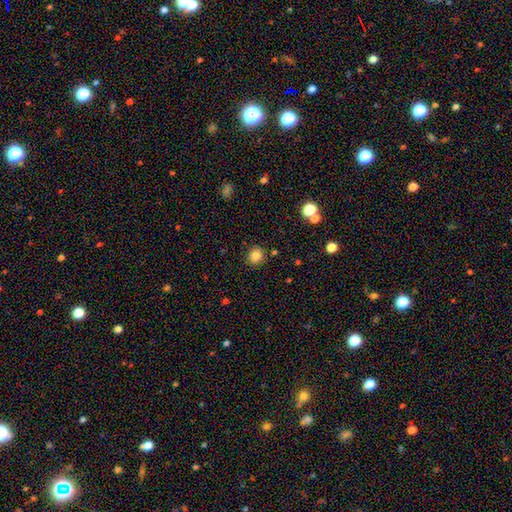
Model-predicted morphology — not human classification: This is clearly a smooth galaxy (82%). How rounded: clearly round (83%). Merging: clearly none (87%).